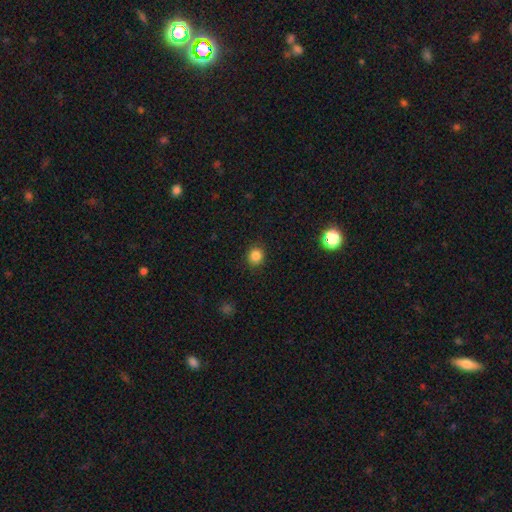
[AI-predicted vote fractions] Smooth or featured? smooth (84%)
How rounded? round (83%)
Merging? none (89%)